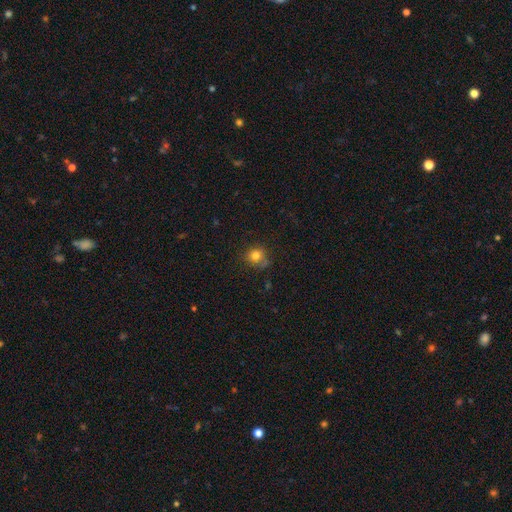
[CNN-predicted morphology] Overall: smooth (80%). How rounded: round (81%). Merging: none (69%).